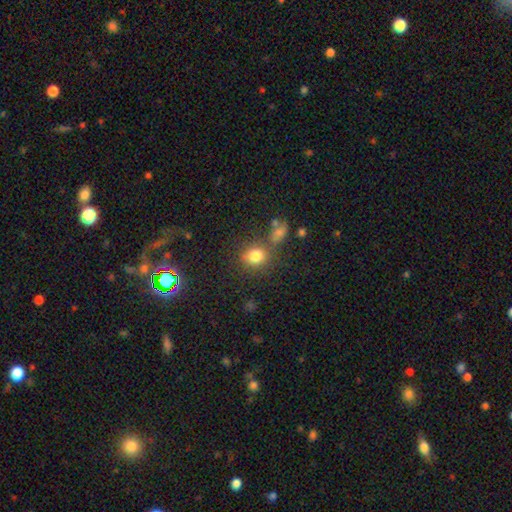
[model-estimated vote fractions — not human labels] Smooth or featured? Predicted: smooth (p=0.79). How rounded? Predicted: round (p=0.73). Merging? Predicted: none (p=0.67).